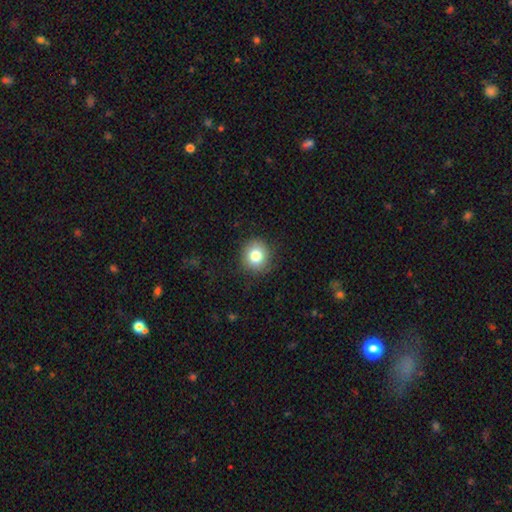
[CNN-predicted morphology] Q: Smooth or featured?
A: smooth (80%); runner-up: star or artifact (11%)
Q: How rounded?
A: round (90%); runner-up: in between (10%)
Q: Merging?
A: none (87%); runner-up: minor disturbance (9%)